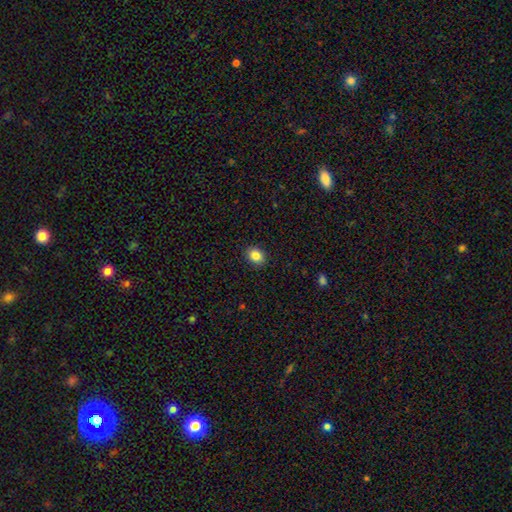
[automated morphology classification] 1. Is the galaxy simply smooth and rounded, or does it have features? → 85% smooth, 10% star or artifact, 6% featured or disk.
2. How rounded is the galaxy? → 53% in between, 46% round, 1% cigar-shaped.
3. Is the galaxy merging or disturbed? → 90% none, 7% minor disturbance, 2% major disturbance, 1% merger.